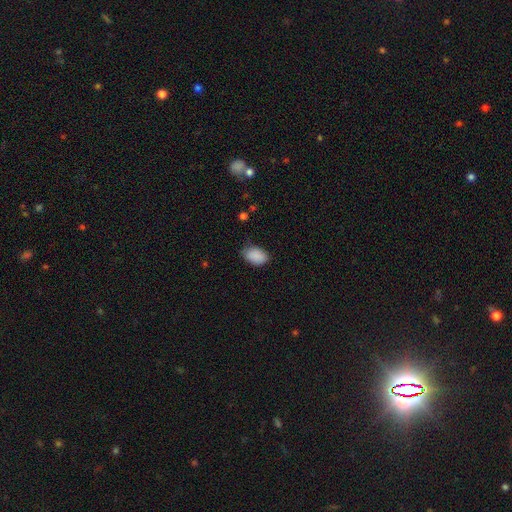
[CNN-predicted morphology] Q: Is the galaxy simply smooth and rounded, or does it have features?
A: smooth — 89%.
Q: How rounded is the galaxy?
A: in between — 88%.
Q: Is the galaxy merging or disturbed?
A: none — 71%.